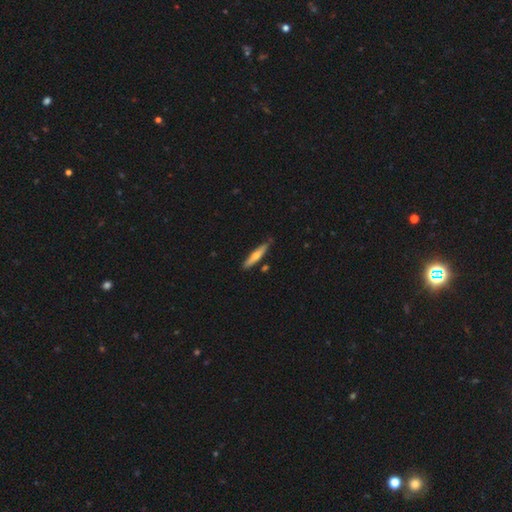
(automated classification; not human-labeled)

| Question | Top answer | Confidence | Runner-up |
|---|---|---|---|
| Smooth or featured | smooth | 53% | featured or disk (42%) |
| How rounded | cigar-shaped | 87% | in between (12%) |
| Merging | none | 83% | minor disturbance (12%) |